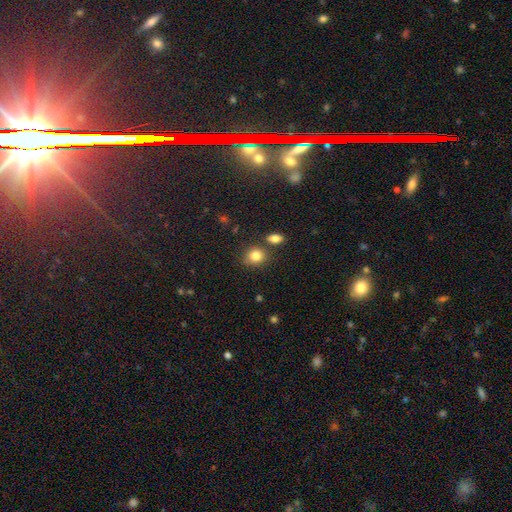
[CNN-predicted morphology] Smooth or featured: smooth — 83% (star or artifact — 10%)
How rounded: round — 63% (in between — 36%)
Merging: none — 72% (minor disturbance — 13%)